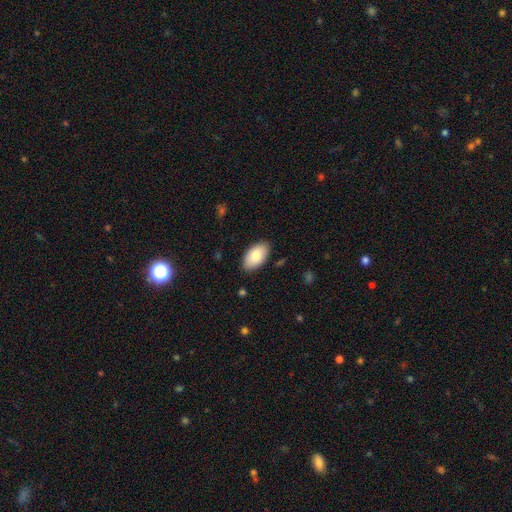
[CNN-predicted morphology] A smooth galaxy with no disk features (82%) that is in between round and cigar-shaped (95%). Merging: none (86%).